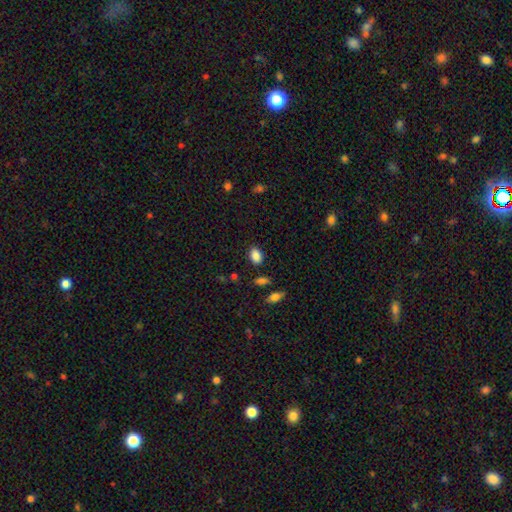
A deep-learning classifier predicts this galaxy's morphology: type=smooth (87%); roundness=in between (82%); merging=none (84%).